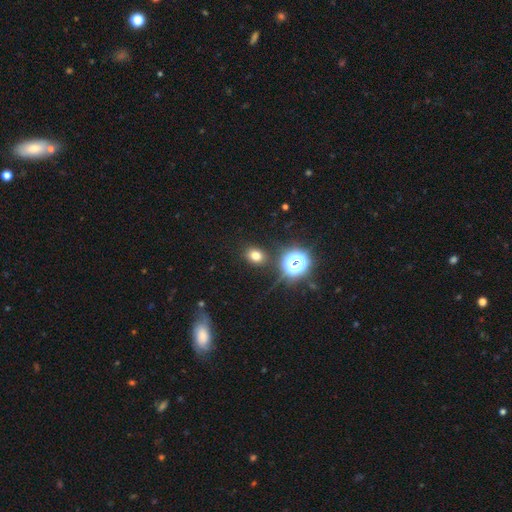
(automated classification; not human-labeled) Smooth or featured? Predicted: smooth (p=0.72). How rounded? Predicted: round (p=0.50). Merging? Predicted: none (p=0.85).